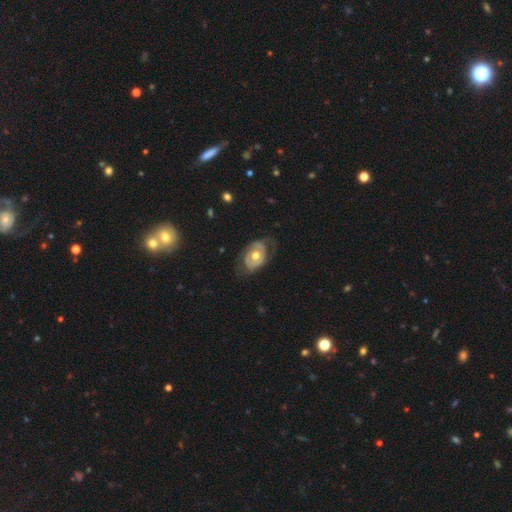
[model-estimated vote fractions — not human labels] Q: Smooth or featured?
A: featured or disk (64%); runner-up: smooth (31%)
Q: Edge-on disk?
A: no (94%); runner-up: yes (6%)
Q: Bar?
A: no (79%); runner-up: weak (16%)
Q: Spiral arms?
A: no (53%); runner-up: yes (47%)
Q: Bulge size?
A: moderate (77%); runner-up: large (11%)
Q: Merging?
A: none (55%); runner-up: minor disturbance (24%)